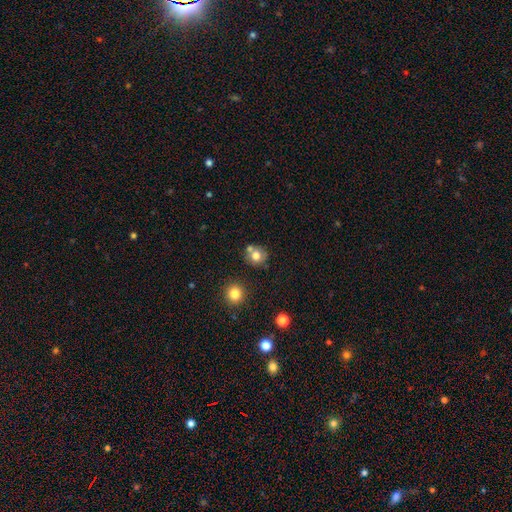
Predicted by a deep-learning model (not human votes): Smooth or featured? smooth (75%)
How rounded? round (83%)
Merging? none (62%)